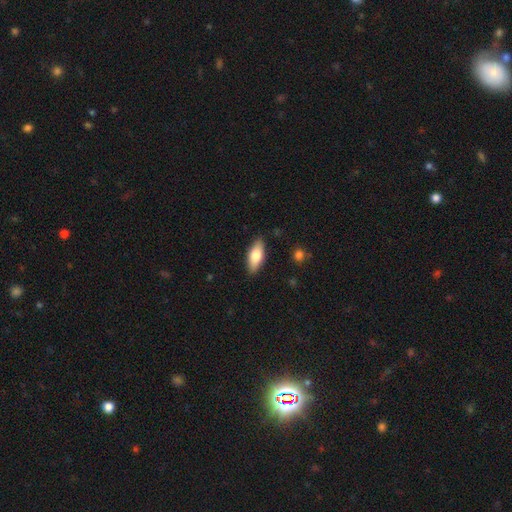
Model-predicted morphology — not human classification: Smooth or featured: smooth — 73% (featured or disk — 21%)
How rounded: in between — 80% (cigar-shaped — 17%)
Merging: none — 87% (minor disturbance — 10%)